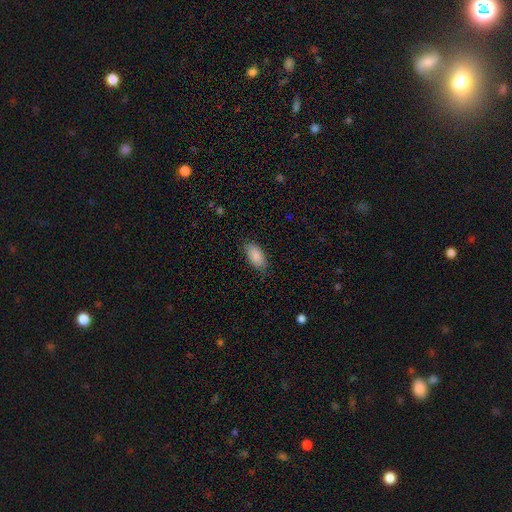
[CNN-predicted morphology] Smooth or featured? smooth (89%)
How rounded? in between (92%)
Merging? none (81%)